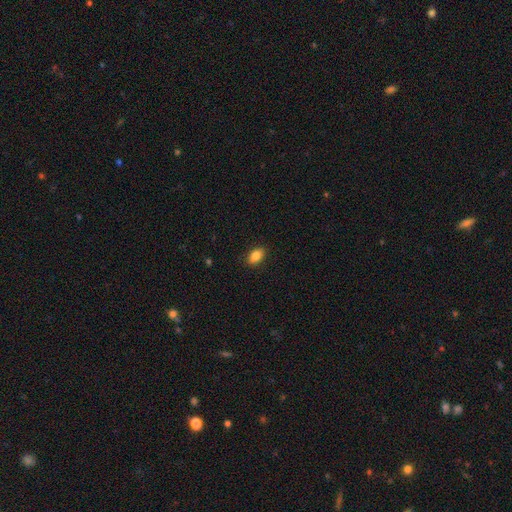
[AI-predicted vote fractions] This is clearly a smooth galaxy (86%). How rounded: clearly in between (89%). Merging: clearly none (88%).